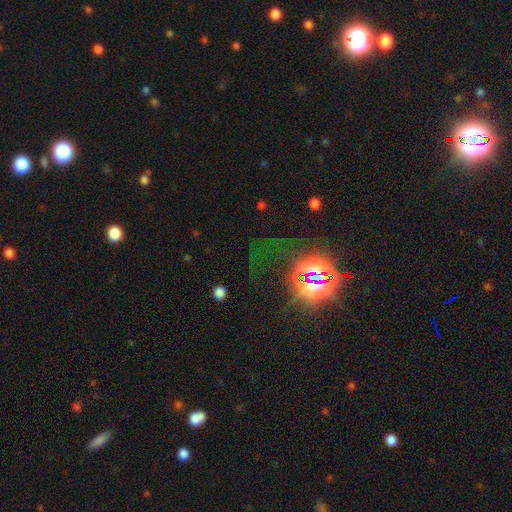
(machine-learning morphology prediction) smooth_or_featured: star or artifact (p=0.71) [alt: smooth p=0.18]